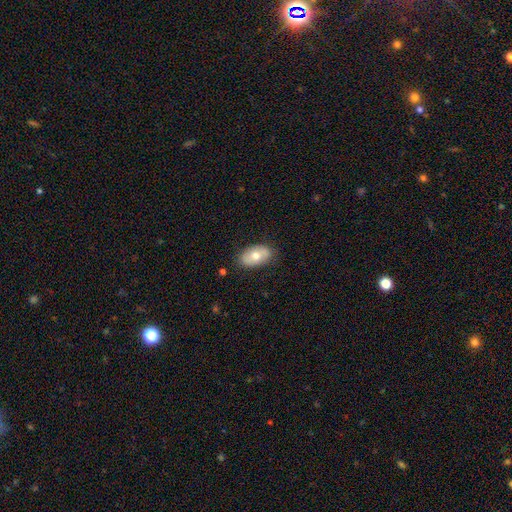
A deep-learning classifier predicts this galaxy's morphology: Smooth or featured: smooth — 66% (featured or disk — 28%)
How rounded: in between — 92% (round — 6%)
Merging: none — 81% (minor disturbance — 14%)